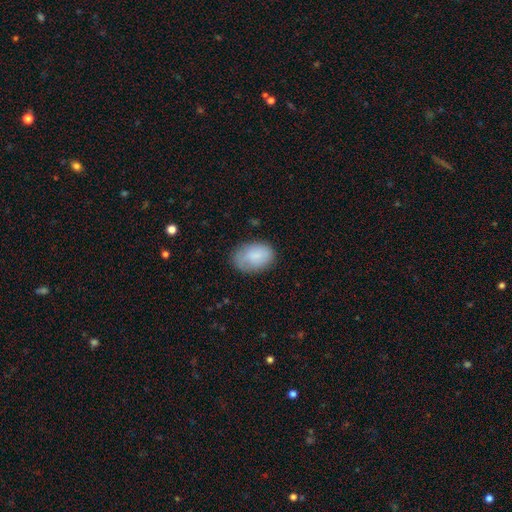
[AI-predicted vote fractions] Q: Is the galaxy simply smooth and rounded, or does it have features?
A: smooth — 83%.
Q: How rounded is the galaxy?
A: in between — 86%.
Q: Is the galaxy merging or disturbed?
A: none — 72%.